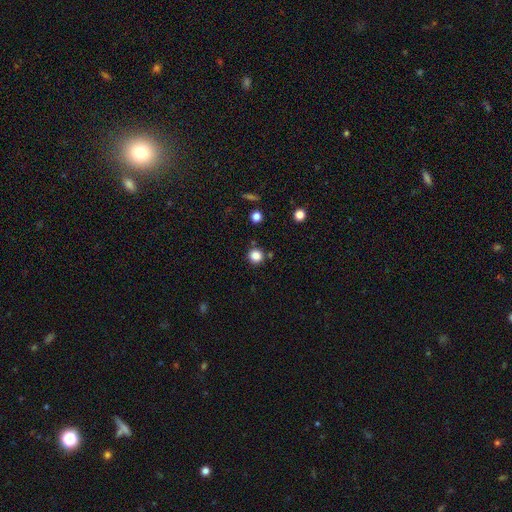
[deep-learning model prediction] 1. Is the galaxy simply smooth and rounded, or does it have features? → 84% smooth, 12% star or artifact, 4% featured or disk.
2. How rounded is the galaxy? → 93% round, 6% in between, 1% cigar-shaped.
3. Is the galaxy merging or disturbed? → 86% none, 7% minor disturbance, 4% merger, 2% major disturbance.